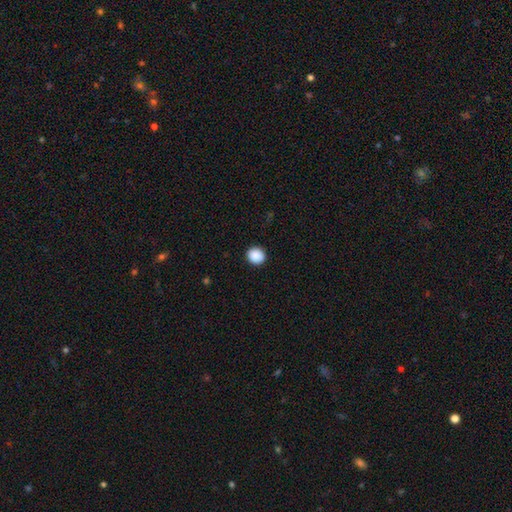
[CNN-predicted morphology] Smooth or featured?
  - smooth: 90% *
  - star or artifact: 8%
  - featured or disk: 2%
How rounded?
  - round: 86% *
  - in between: 14%
  - cigar-shaped: 1%
Merging?
  - none: 92% *
  - minor disturbance: 5%
  - major disturbance: 2%
  - merger: 1%